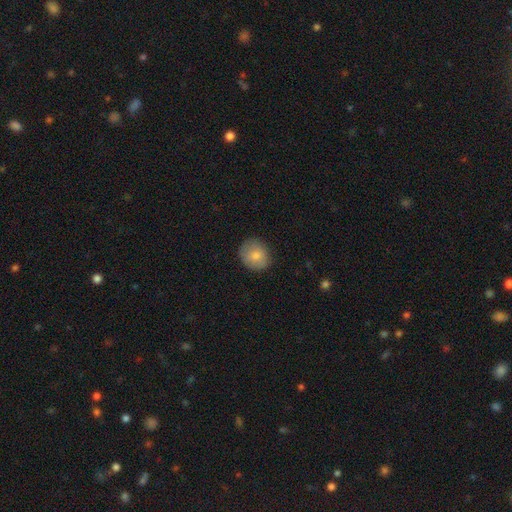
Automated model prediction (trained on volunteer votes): smooth 81%, featured or disk 11%, star or artifact 8%. Down the decision tree: how rounded — round (76%); merging — none (82%).